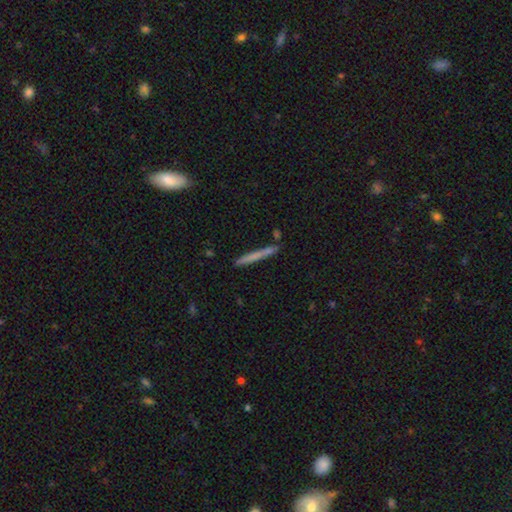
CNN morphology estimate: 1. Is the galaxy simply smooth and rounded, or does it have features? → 62% smooth, 32% featured or disk, 6% star or artifact.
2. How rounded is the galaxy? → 96% cigar-shaped, 2% in between, 2% round.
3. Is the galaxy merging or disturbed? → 85% none, 9% minor disturbance, 4% merger, 2% major disturbance.